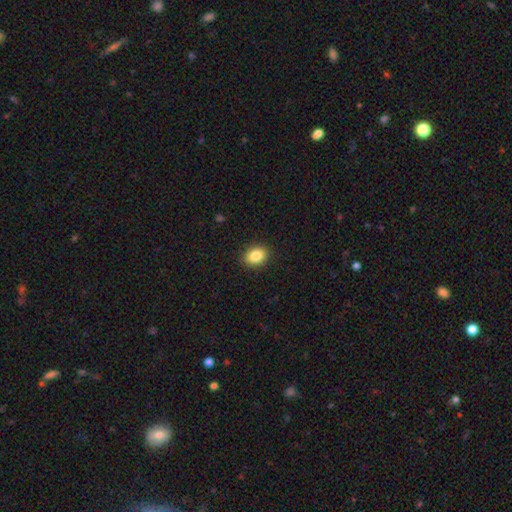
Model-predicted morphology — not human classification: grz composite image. It shows a smooth galaxy with no disk features (87%) that is in between round and cigar-shaped (69%). Merging: none (90%).